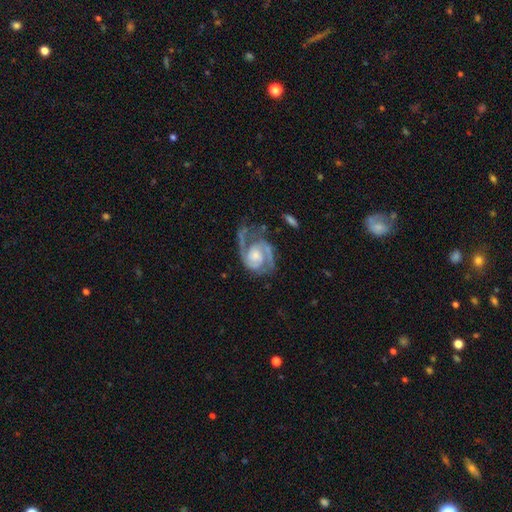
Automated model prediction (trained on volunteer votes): The model was most divided on "spiral winding": medium: 46%, tight: 42%, loose: 12%. Remaining: edge-on disk — no (98%); spiral arms — yes (97%); smooth or featured — featured or disk (90%); spiral arm count — 2 (82%); bar — no (61%); merging — none (49%); bulge size — small (46%).